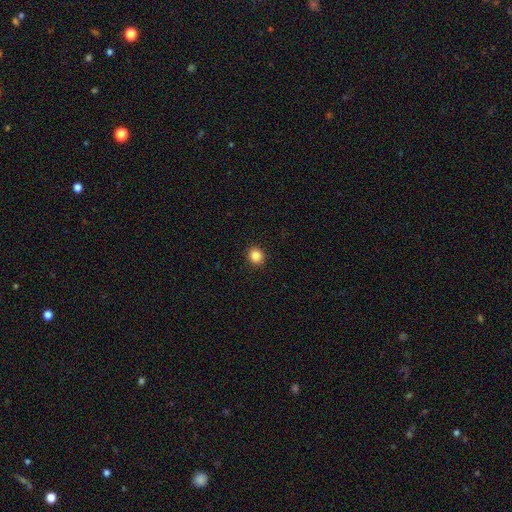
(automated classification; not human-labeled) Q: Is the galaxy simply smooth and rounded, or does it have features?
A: smooth — 85%.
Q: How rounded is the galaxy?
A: round — 86%.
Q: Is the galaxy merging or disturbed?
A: none — 92%.